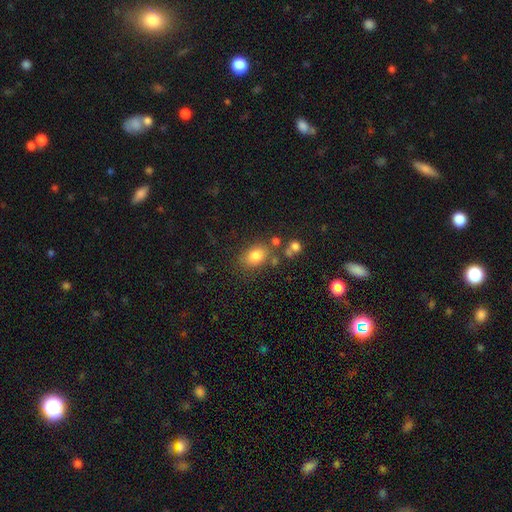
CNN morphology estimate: Smooth or featured? smooth (79%)
How rounded? in between (70%)
Merging? none (71%)